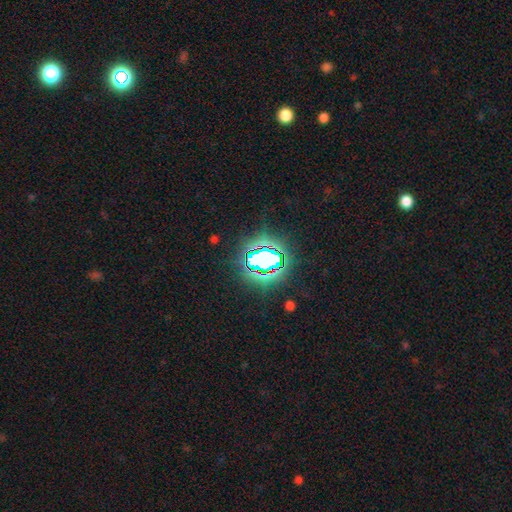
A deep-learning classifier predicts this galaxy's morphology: A star or artifact, not a galaxy (79%).

Vote fractions:
- Smooth or featured? star or artifact: 79% / smooth: 13% / featured or disk: 8%